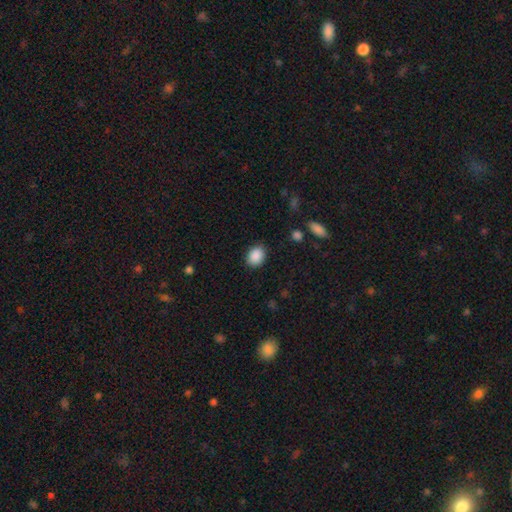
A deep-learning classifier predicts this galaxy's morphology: Smooth or featured? Predicted: smooth (p=0.89). How rounded? Predicted: in between (p=0.62). Merging? Predicted: none (p=0.86).